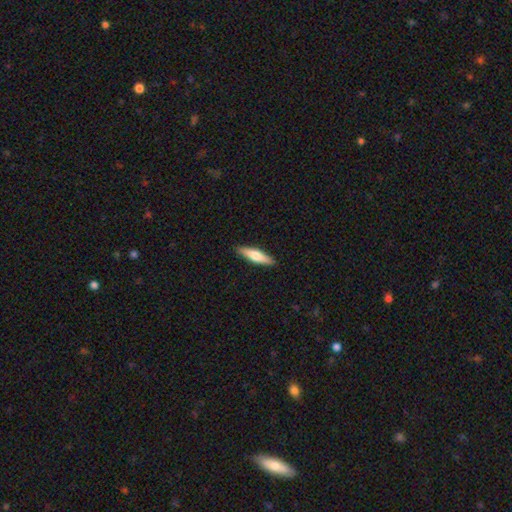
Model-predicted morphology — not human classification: Q: Smooth or featured?
A: smooth (63%); runner-up: featured or disk (32%)
Q: How rounded?
A: cigar-shaped (74%); runner-up: in between (25%)
Q: Merging?
A: none (90%); runner-up: minor disturbance (7%)